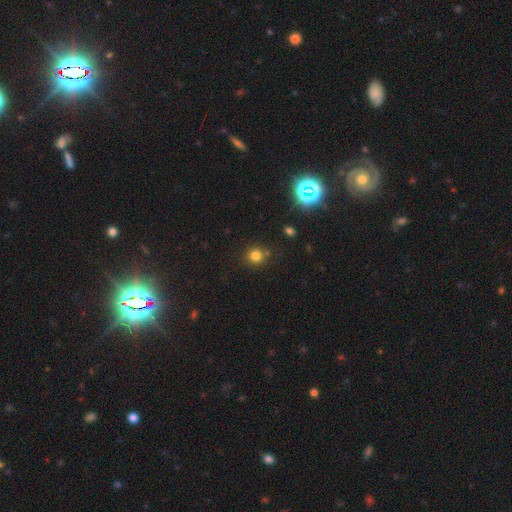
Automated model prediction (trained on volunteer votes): smooth 76%, star or artifact 18%, featured or disk 6%. Down the decision tree: how rounded — round (90%); merging — none (83%).